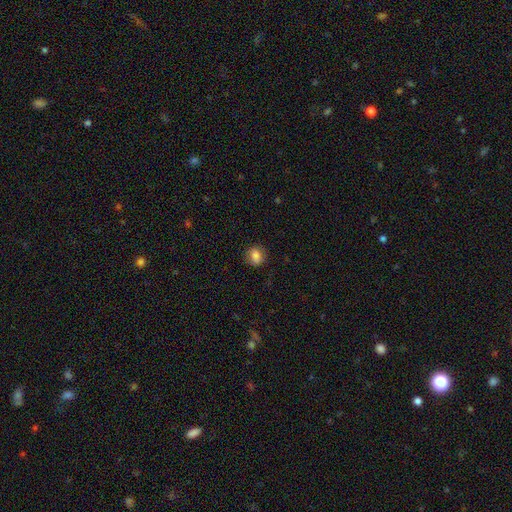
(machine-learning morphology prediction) smooth_or_featured: smooth (p=0.83) [alt: star or artifact p=0.10]
how_rounded: round (p=0.57) [alt: in between p=0.42]
merging: none (p=0.81) [alt: minor disturbance p=0.13]